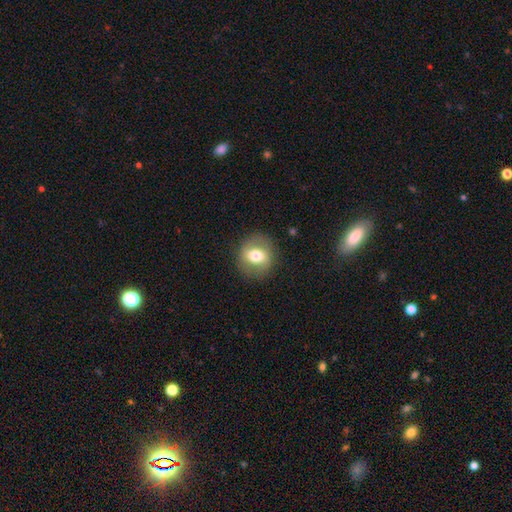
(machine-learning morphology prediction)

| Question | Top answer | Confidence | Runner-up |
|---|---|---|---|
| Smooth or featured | smooth | 57% | featured or disk (35%) |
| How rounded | round | 69% | in between (29%) |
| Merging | none | 83% | minor disturbance (11%) |